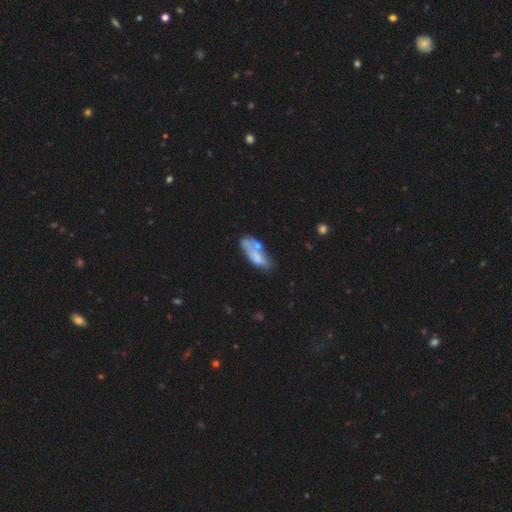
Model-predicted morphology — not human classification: Smooth or featured: smooth — 58% (featured or disk — 33%)
How rounded: in between — 69% (cigar-shaped — 28%)
Merging: none — 33% (merger — 28%)